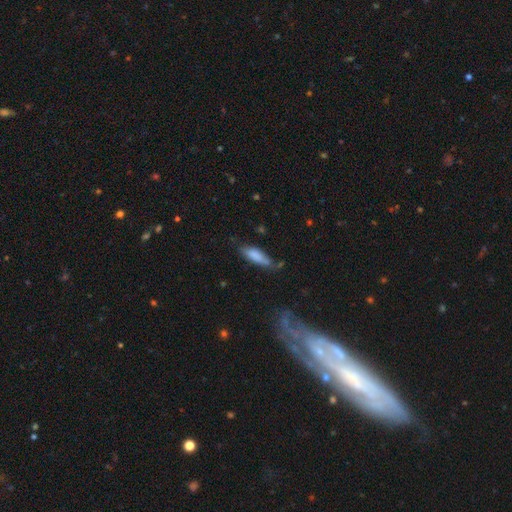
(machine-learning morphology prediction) Smooth or featured: smooth — 80% (featured or disk — 14%)
How rounded: cigar-shaped — 52% (in between — 46%)
Merging: none — 57% (minor disturbance — 30%)